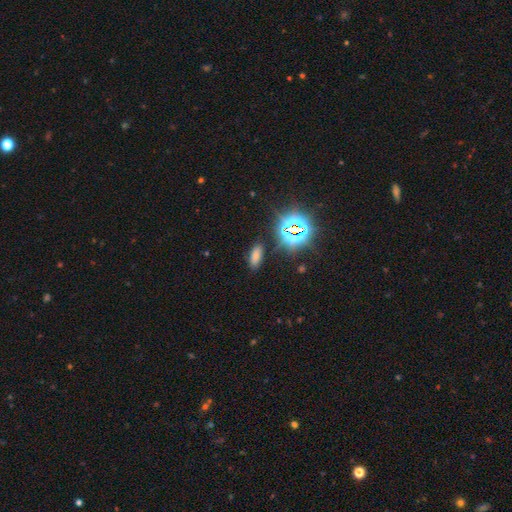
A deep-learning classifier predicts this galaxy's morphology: smooth-or-featured: smooth: 65% | star or artifact: 28% | featured or disk: 7%
  how-rounded: in between: 79% | cigar-shaped: 17% | round: 5%
  merging: none: 85% | minor disturbance: 9% | major disturbance: 3% | merger: 2%